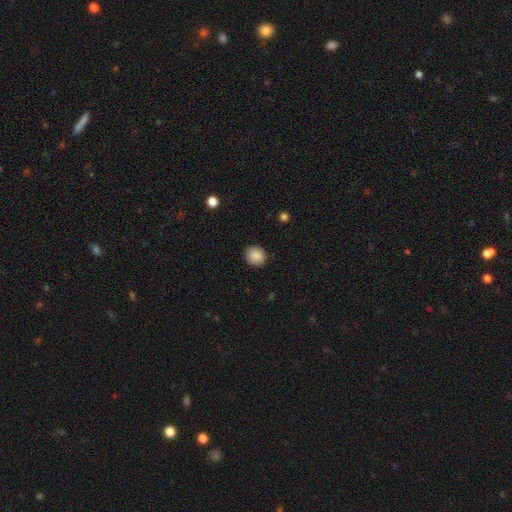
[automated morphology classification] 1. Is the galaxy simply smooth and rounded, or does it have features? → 88% smooth, 8% star or artifact, 3% featured or disk.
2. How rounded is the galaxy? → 83% round, 16% in between, 1% cigar-shaped.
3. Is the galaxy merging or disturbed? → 89% none, 8% minor disturbance, 2% major disturbance, 1% merger.